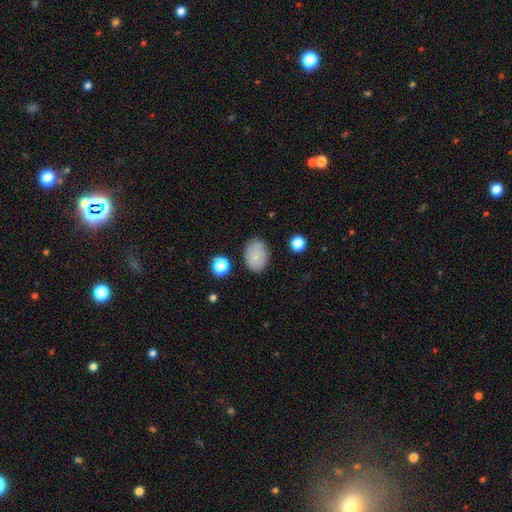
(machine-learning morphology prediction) Smooth or featured? Predicted: smooth (p=0.83). How rounded? Predicted: in between (p=0.71). Merging? Predicted: none (p=0.81).